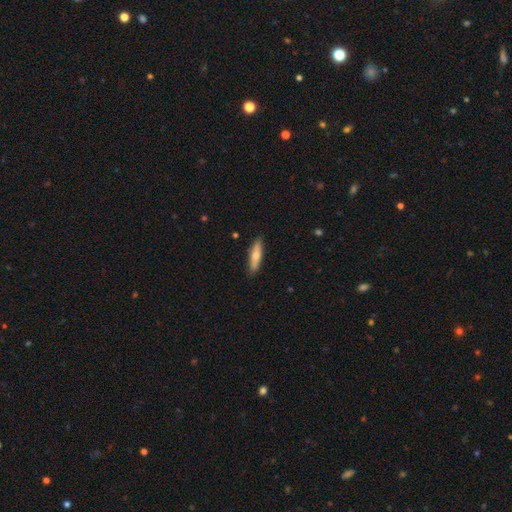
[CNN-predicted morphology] A smooth galaxy with no disk features (64%) that is cigar-shaped (72%). Merging: none (88%).